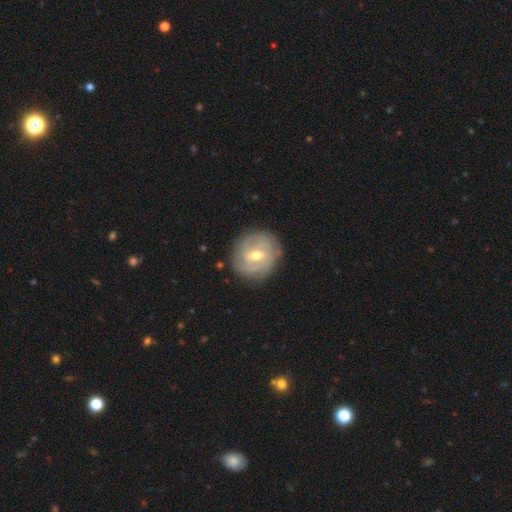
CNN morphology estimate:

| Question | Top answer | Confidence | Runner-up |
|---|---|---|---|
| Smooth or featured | featured or disk | 78% | smooth (17%) |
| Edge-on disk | no | 97% | yes (3%) |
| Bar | weak | 54% | no (28%) |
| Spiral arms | yes | 89% | no (11%) |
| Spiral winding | tight | 63% | medium (28%) |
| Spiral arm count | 2 | 33% | can't tell (32%) |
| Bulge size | moderate | 69% | small (27%) |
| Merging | none | 82% | minor disturbance (12%) |